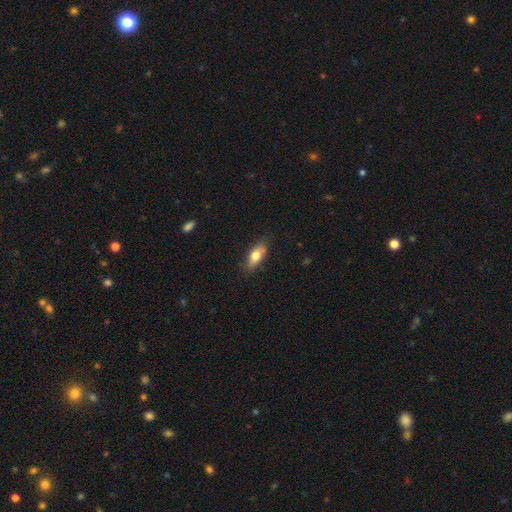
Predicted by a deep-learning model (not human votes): Smooth or featured? Predicted: smooth (p=0.74). How rounded? Predicted: in between (p=0.78). Merging? Predicted: none (p=0.80).